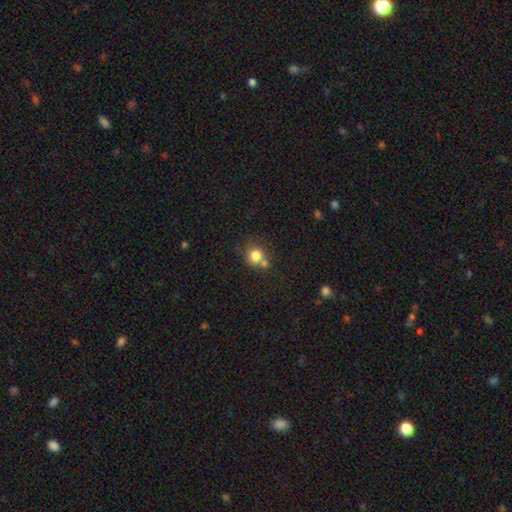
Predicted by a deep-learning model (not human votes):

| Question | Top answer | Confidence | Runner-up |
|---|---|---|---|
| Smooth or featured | smooth | 80% | star or artifact (12%) |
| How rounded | round | 88% | in between (11%) |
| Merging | none | 57% | merger (29%) |